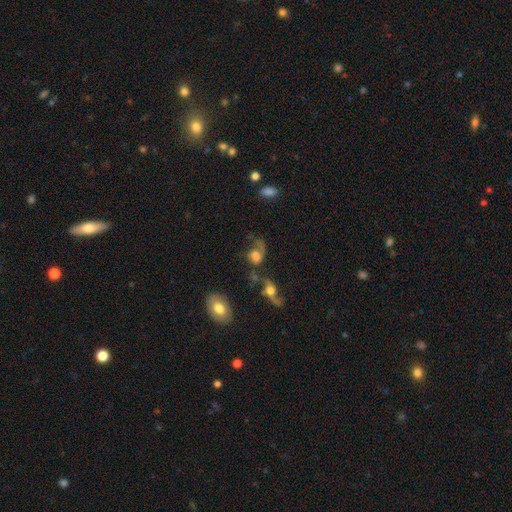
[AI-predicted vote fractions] A featured or disk galaxy (48%).

Vote fractions:
- Smooth or featured? featured or disk: 48% / smooth: 40% / star or artifact: 12%
- Merging? major disturbance: 38% / none: 27% / merger: 19% / minor disturbance: 16%